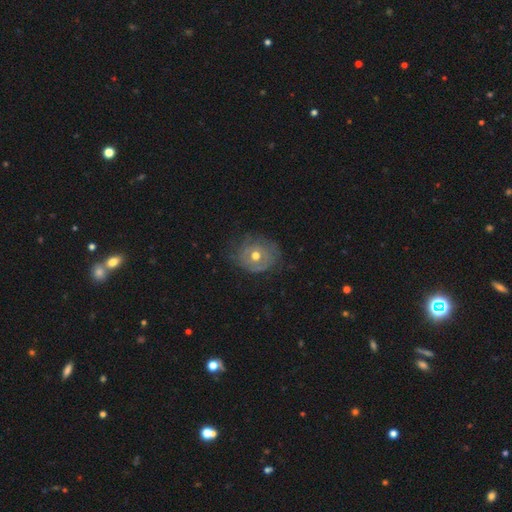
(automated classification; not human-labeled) smooth_or_featured: featured or disk (p=0.57) [alt: smooth p=0.34]
disk_edge_on: no (p=0.96) [alt: yes p=0.04]
bar: no (p=0.87) [alt: weak p=0.11]
has_spiral_arms: yes (p=0.51) [alt: no p=0.49]
bulge_size: moderate (p=0.80) [alt: small p=0.11]
merging: none (p=0.63) [alt: minor disturbance p=0.24]